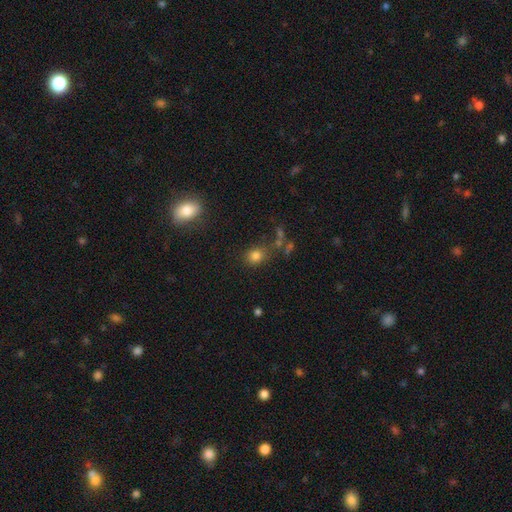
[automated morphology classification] smooth 78%, star or artifact 15%, featured or disk 7%. Down the decision tree: how rounded — round (64%); merging — none (70%).